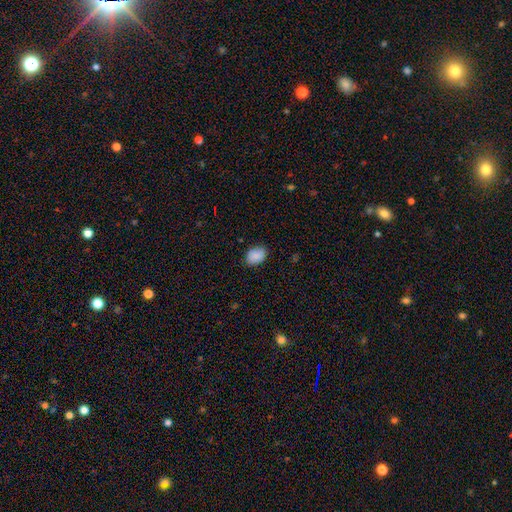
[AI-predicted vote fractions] A smooth galaxy with no disk features (89%) that is in between round and cigar-shaped (70%).

Vote fractions:
- Smooth or featured? smooth: 89% / star or artifact: 7% / featured or disk: 4%
- How rounded? in between: 70% / round: 29% / cigar-shaped: 1%
- Merging? none: 84% / minor disturbance: 12% / major disturbance: 3% / merger: 1%